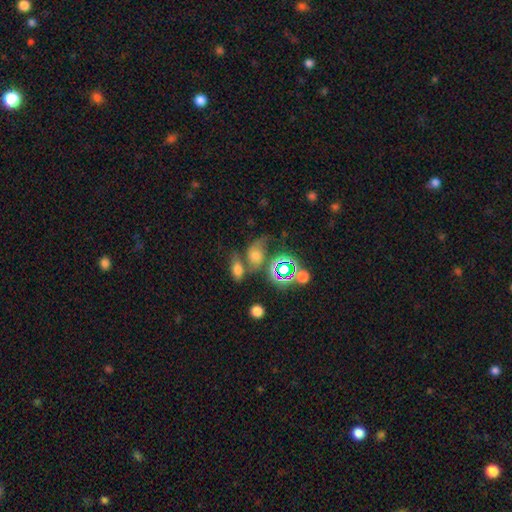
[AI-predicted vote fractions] Overall: smooth (45%; star or artifact 28%). Merging: merger (38%; none 32%).